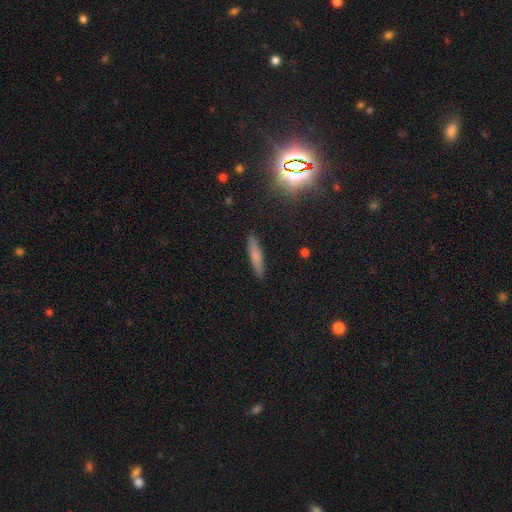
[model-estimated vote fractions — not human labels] smooth_or_featured: smooth (p=0.68) [alt: featured or disk p=0.22]
how_rounded: cigar-shaped (p=0.86) [alt: in between p=0.12]
merging: none (p=0.88) [alt: minor disturbance p=0.09]